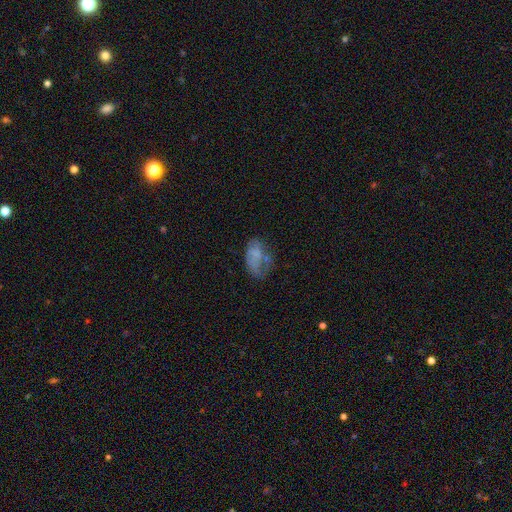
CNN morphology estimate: A smooth galaxy with no disk features (58%) that is in between round and cigar-shaped (91%).

Vote fractions:
- Smooth or featured? smooth: 58% / featured or disk: 31% / star or artifact: 11%
- How rounded? in between: 91% / round: 7% / cigar-shaped: 2%
- Merging? none: 37% / minor disturbance: 29% / major disturbance: 28% / merger: 7%